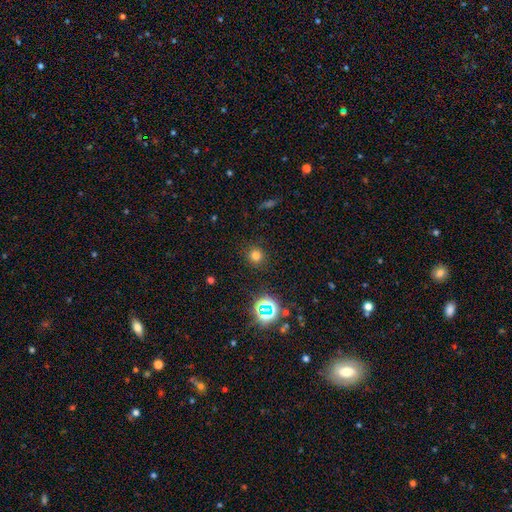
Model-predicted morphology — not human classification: Smooth or featured? smooth (73%)
How rounded? round (92%)
Merging? none (89%)